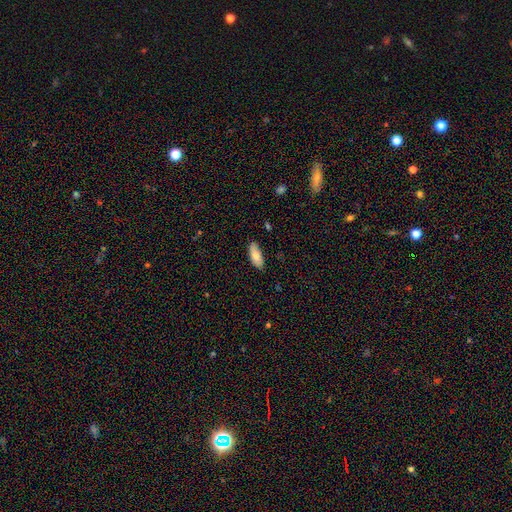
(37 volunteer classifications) Q: Smooth or featured?
A: smooth (89%); runner-up: featured or disk (5%)
Q: How rounded?
A: in between (79%); runner-up: cigar-shaped (21%)
Q: Merging?
A: none (83%); runner-up: minor disturbance (14%)